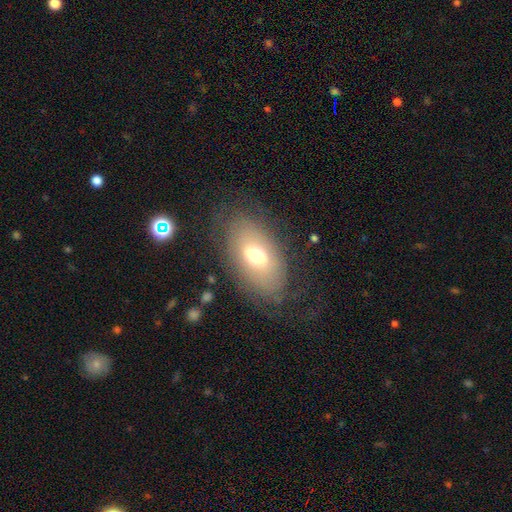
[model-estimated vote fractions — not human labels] smooth-or-featured: smooth: 53% | featured or disk: 37% | star or artifact: 10%
  how-rounded: in between: 90% | round: 8% | cigar-shaped: 2%
  merging: none: 71% | minor disturbance: 17% | major disturbance: 11% | merger: 2%